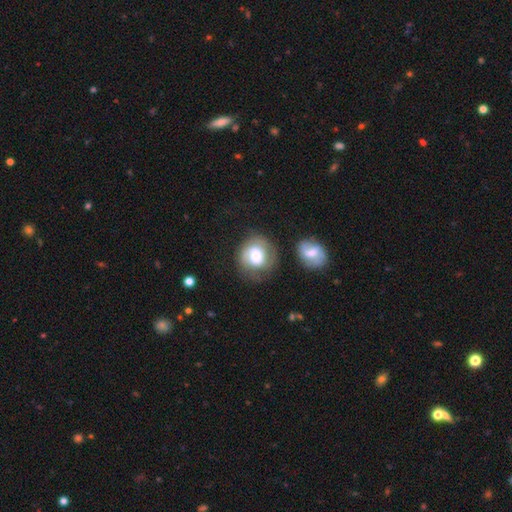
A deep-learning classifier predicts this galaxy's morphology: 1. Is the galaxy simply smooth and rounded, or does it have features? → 54% featured or disk, 39% smooth, 7% star or artifact.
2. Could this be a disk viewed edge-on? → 97% no, 3% yes.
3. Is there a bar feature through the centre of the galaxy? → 63% no, 30% weak, 7% strong.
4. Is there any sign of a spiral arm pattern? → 81% yes, 19% no.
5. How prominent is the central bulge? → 49% moderate, 29% large, 16% small, 4% dominant, 2% none.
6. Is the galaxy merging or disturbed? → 59% none, 20% minor disturbance, 13% major disturbance, 7% merger.